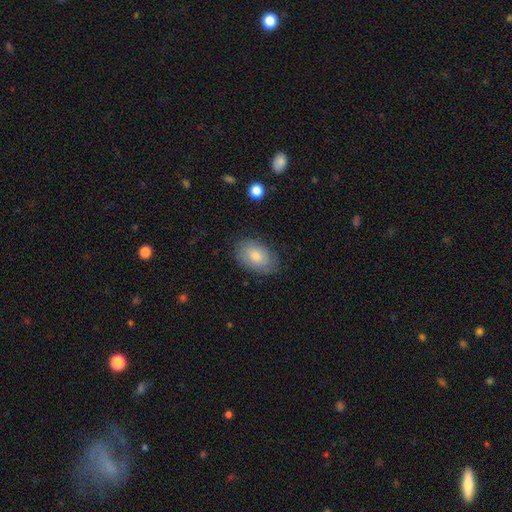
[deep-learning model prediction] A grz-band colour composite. It shows a smooth galaxy with no disk features (66%) that is in between round and cigar-shaped (89%). Merging: none (78%).